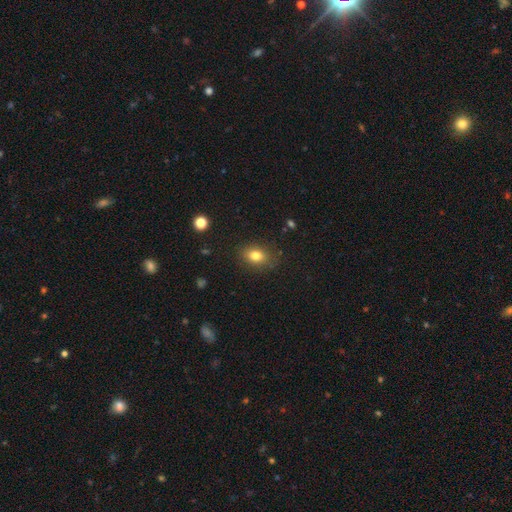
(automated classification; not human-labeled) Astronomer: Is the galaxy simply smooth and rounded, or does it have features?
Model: smooth — 80%.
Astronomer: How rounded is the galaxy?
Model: in between — 72%.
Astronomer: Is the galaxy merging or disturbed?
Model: none — 83%.